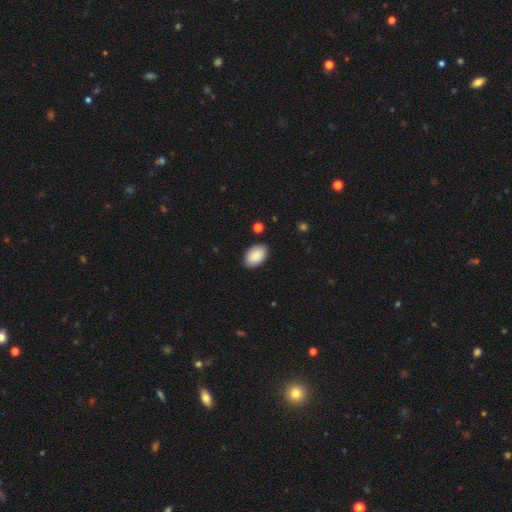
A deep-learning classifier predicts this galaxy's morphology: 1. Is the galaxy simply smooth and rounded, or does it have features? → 90% smooth, 6% star or artifact, 4% featured or disk.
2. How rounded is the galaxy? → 92% in between, 6% round, 1% cigar-shaped.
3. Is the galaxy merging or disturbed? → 87% none, 10% minor disturbance, 2% major disturbance, 1% merger.